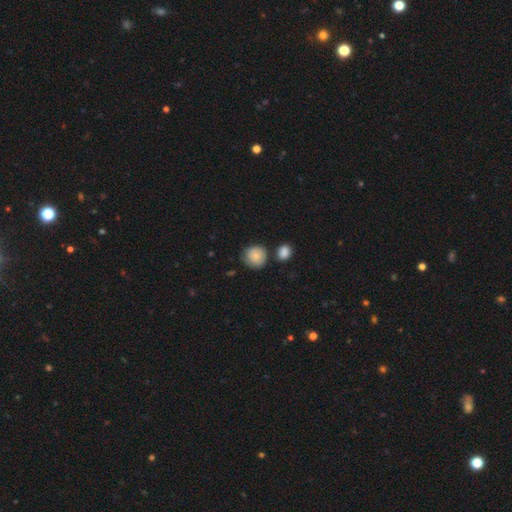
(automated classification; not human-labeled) Overall: smooth (82%). How rounded: round (88%). Merging: none (69%).